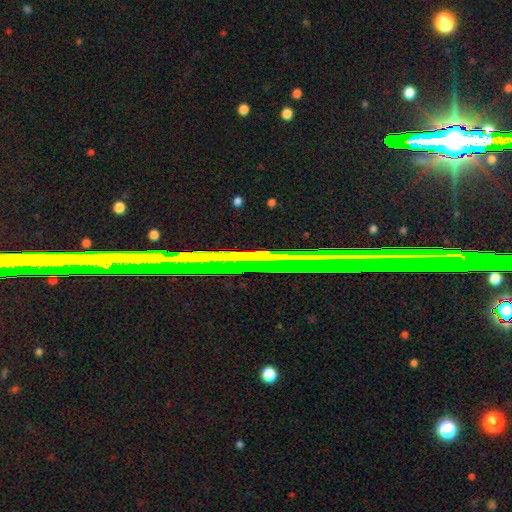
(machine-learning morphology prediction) This appears to be a star or artifact, not a galaxy (84%).